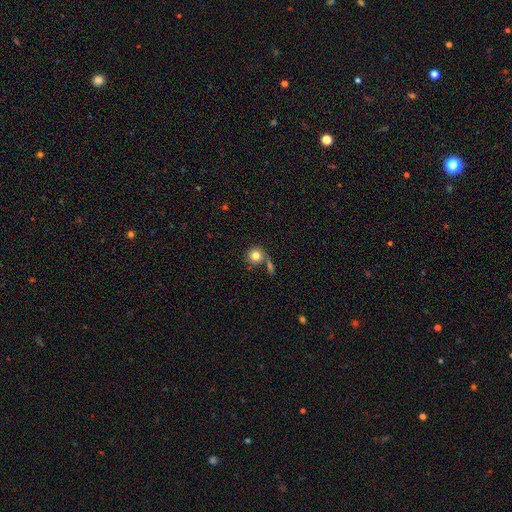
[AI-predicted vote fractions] Smooth or featured?
  - smooth: 81% *
  - featured or disk: 10%
  - star or artifact: 9%
How rounded?
  - round: 90% *
  - in between: 9%
  - cigar-shaped: 1%
Merging?
  - none: 60% *
  - merger: 21%
  - minor disturbance: 12%
  - major disturbance: 7%